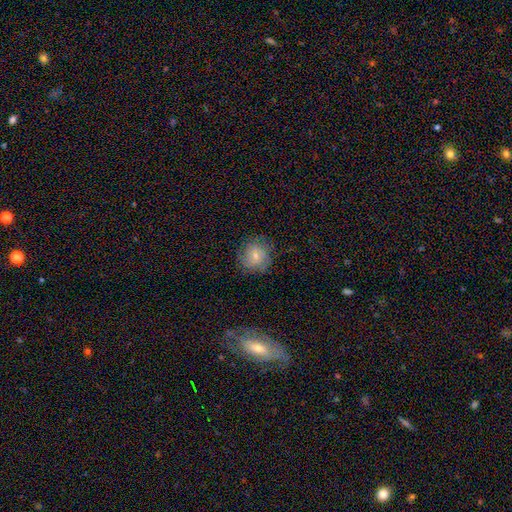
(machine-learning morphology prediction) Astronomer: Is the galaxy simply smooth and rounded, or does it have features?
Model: smooth — 59%.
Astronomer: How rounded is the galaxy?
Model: round — 86%.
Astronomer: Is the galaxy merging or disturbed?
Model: none — 76%.